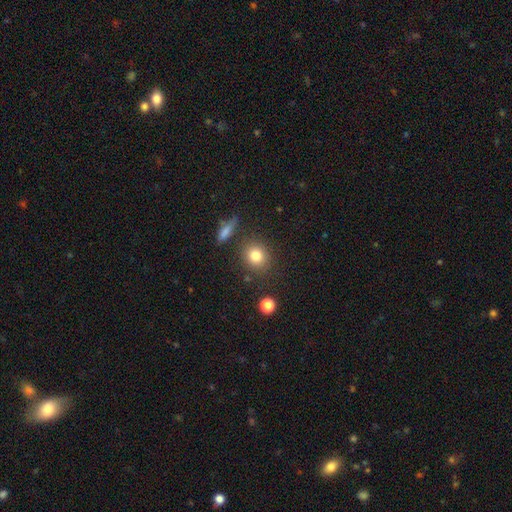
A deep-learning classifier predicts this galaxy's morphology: smooth-or-featured: smooth: 81% | star or artifact: 11% | featured or disk: 8%
  how-rounded: round: 80% | in between: 18% | cigar-shaped: 2%
  merging: none: 83% | minor disturbance: 9% | merger: 5% | major disturbance: 3%